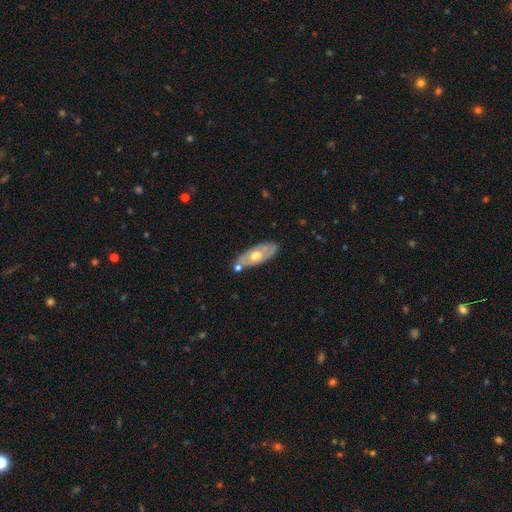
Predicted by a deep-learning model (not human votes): Smooth or featured? featured or disk (55%)
Edge-on disk? no (75%)
Merging? none (71%)